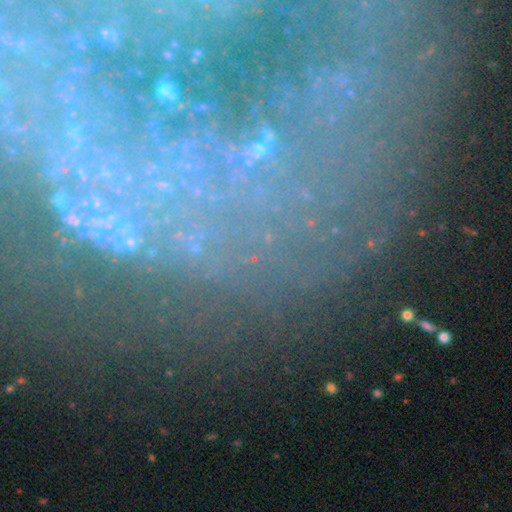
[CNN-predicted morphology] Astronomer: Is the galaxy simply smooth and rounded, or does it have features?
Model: star or artifact — 52% (runner-up: featured or disk, 32%).